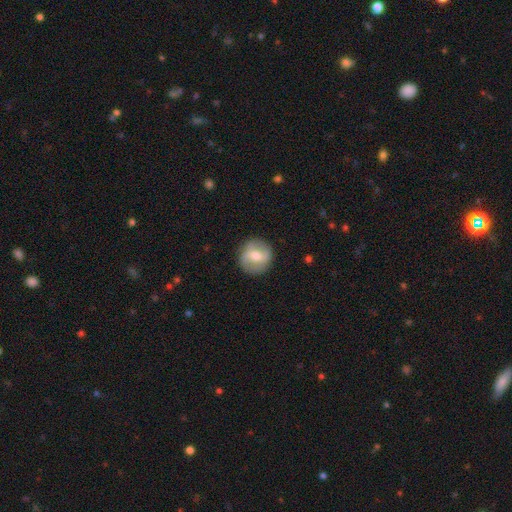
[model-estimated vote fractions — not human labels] Smooth or featured: featured or disk — 49% (smooth — 44%)
Merging: none — 85% (minor disturbance — 10%)